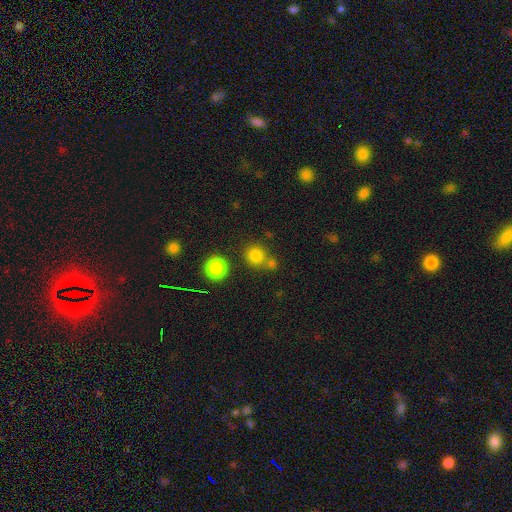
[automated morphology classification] Q: Smooth or featured?
A: smooth (80%); runner-up: star or artifact (14%)
Q: How rounded?
A: round (87%); runner-up: in between (12%)
Q: Merging?
A: none (68%); runner-up: merger (19%)